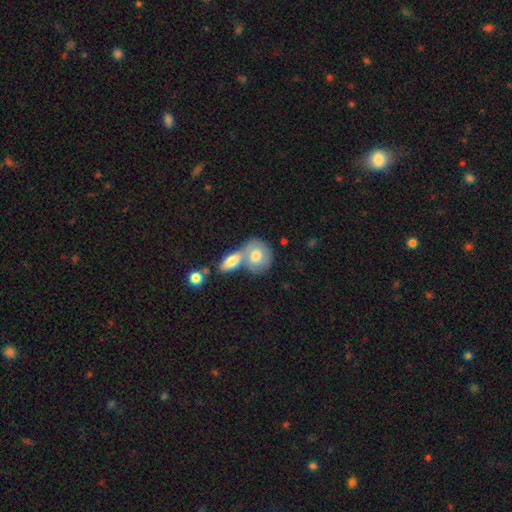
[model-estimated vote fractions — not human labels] Smooth or featured? Predicted: smooth (p=0.66). How rounded? Predicted: round (p=0.53). Merging? Predicted: merger (p=0.56).